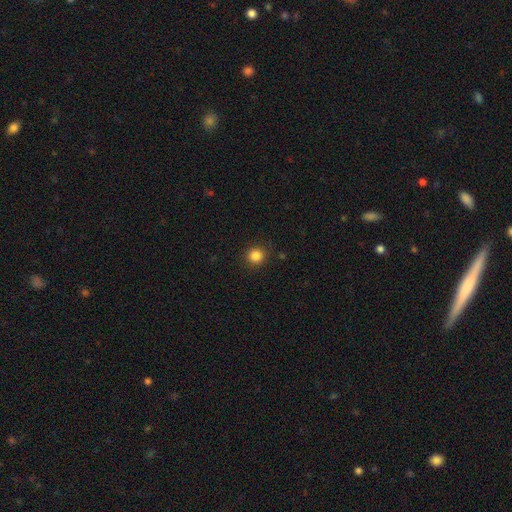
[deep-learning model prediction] Smooth or featured: smooth — 85% (star or artifact — 12%)
How rounded: round — 92% (in between — 7%)
Merging: none — 89% (minor disturbance — 7%)